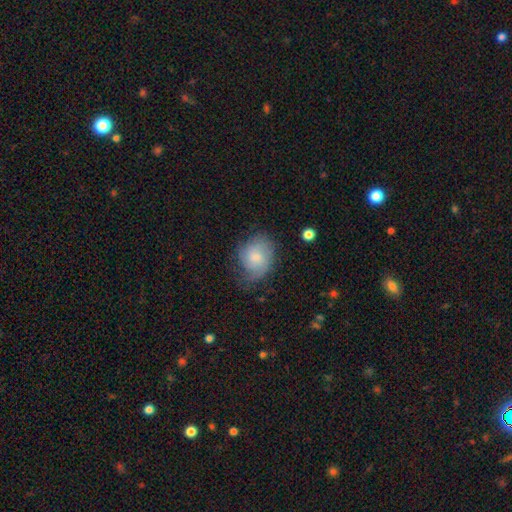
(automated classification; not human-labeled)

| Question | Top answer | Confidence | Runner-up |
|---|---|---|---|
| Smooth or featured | smooth | 55% | featured or disk (37%) |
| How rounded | round | 52% | in between (47%) |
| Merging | none | 55% | minor disturbance (31%) |